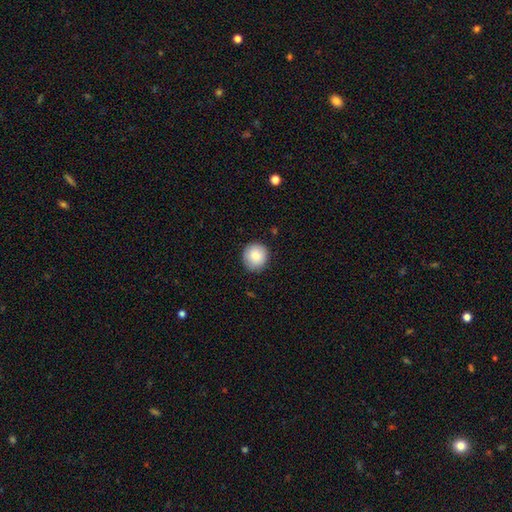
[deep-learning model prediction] Smooth or featured: smooth — 85% (star or artifact — 8%)
How rounded: round — 92% (in between — 7%)
Merging: none — 88% (minor disturbance — 9%)